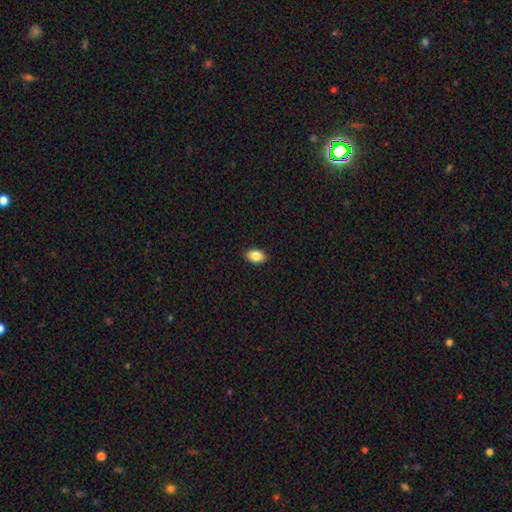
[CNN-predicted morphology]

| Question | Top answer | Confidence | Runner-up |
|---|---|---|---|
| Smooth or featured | smooth | 88% | star or artifact (8%) |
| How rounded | in between | 89% | round (10%) |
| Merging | none | 90% | minor disturbance (7%) |